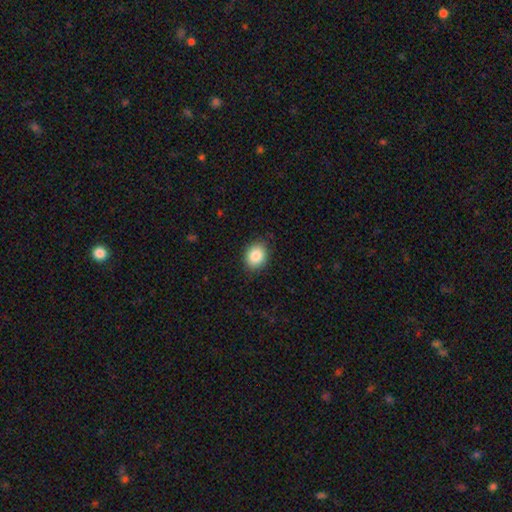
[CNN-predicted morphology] Q: Smooth or featured?
A: smooth (86%); runner-up: star or artifact (8%)
Q: How rounded?
A: round (52%); runner-up: in between (47%)
Q: Merging?
A: none (87%); runner-up: minor disturbance (10%)